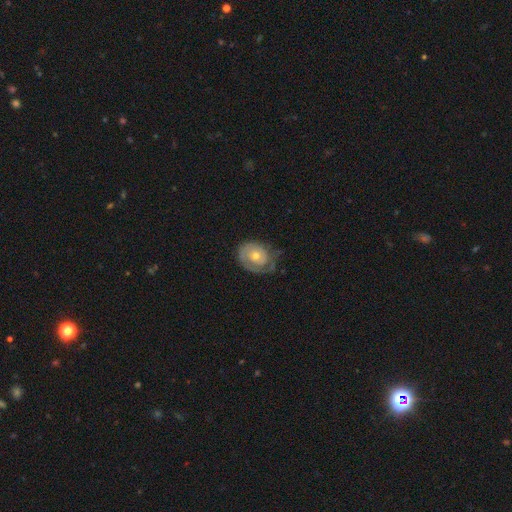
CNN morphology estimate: A featured or disk galaxy (59%) with no bar (86%), spiral arms (61%) and a moderate central bulge (53%). Merging: none (49%).